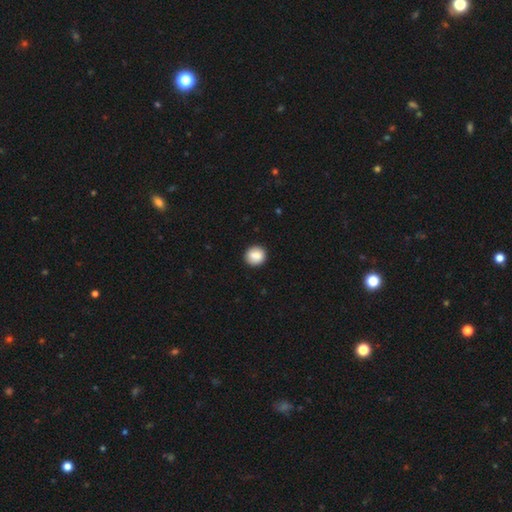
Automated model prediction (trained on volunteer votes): A smooth galaxy with no disk features (87%) that is round (88%).

Vote fractions:
- Smooth or featured? smooth: 87% / star or artifact: 8% / featured or disk: 5%
- How rounded? round: 88% / in between: 11% / cigar-shaped: 1%
- Merging? none: 90% / minor disturbance: 7% / major disturbance: 2% / merger: 1%